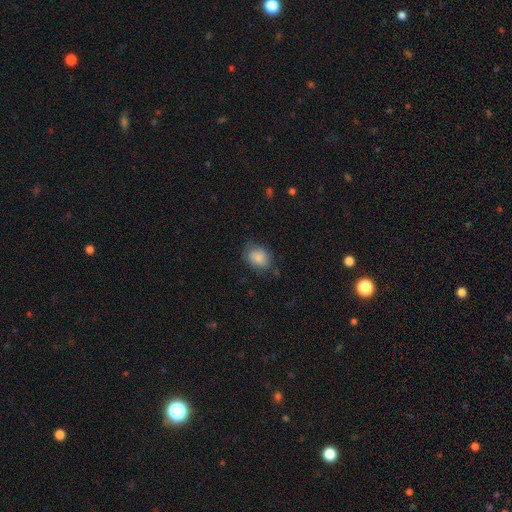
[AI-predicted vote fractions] This is clearly a smooth galaxy (83%). How rounded: likely in between (61%). Merging: likely none (70%).